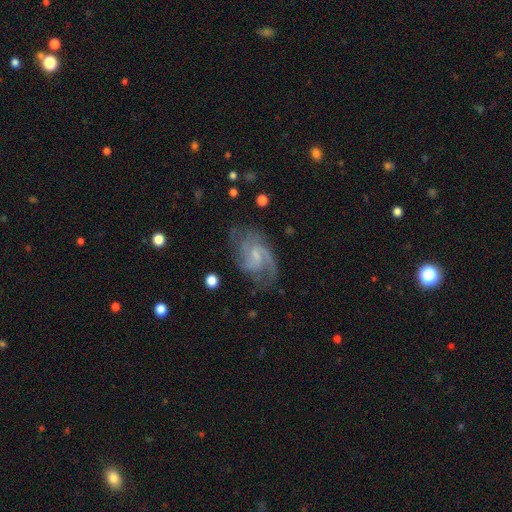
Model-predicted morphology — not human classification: This appears to be a featured or disk galaxy (83%) with a weak bar (55%), 2 (51%) medium (50%) spiral arms (95%) and a small central bulge (57%). Merging: none (64%).